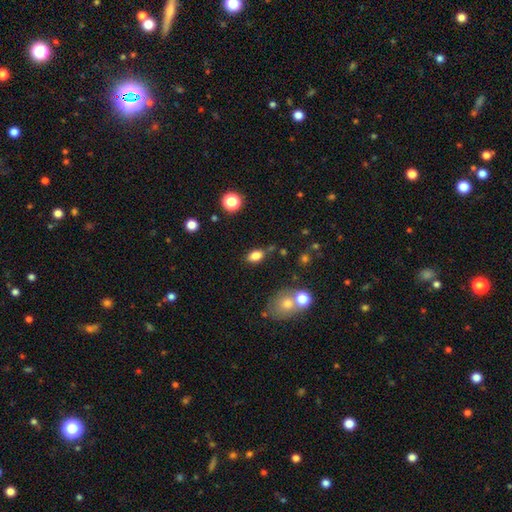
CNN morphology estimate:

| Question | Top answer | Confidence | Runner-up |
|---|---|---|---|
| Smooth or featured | smooth | 82% | star or artifact (10%) |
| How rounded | in between | 85% | round (12%) |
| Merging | none | 72% | minor disturbance (16%) |